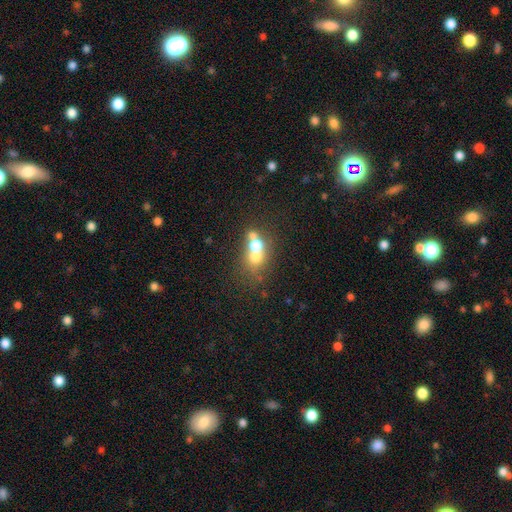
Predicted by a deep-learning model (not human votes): This appears to be a smooth galaxy with no disk features (61%) that is round (67%). Merging: merger (59%).